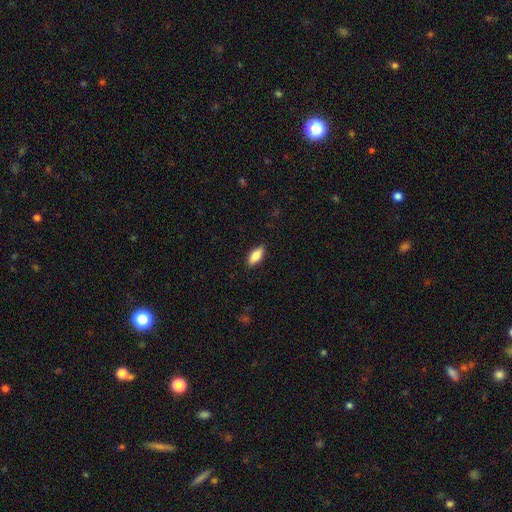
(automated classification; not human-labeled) smooth_or_featured: smooth (p=0.81) [alt: featured or disk p=0.12]
how_rounded: in between (p=0.83) [alt: cigar-shaped p=0.14]
merging: none (p=0.88) [alt: minor disturbance p=0.09]